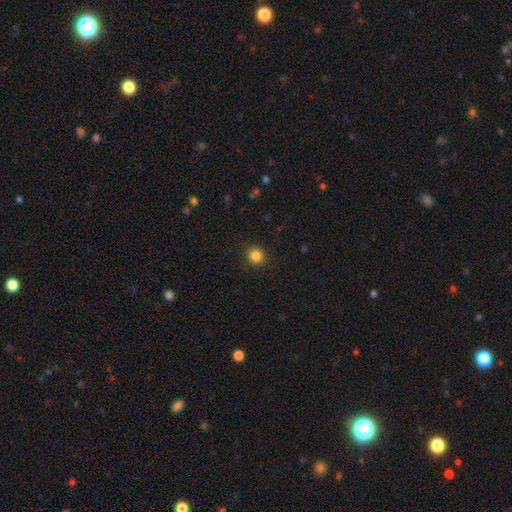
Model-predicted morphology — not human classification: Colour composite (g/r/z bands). It shows a smooth galaxy with no disk features (85%) that is round (83%). Merging: none (91%).